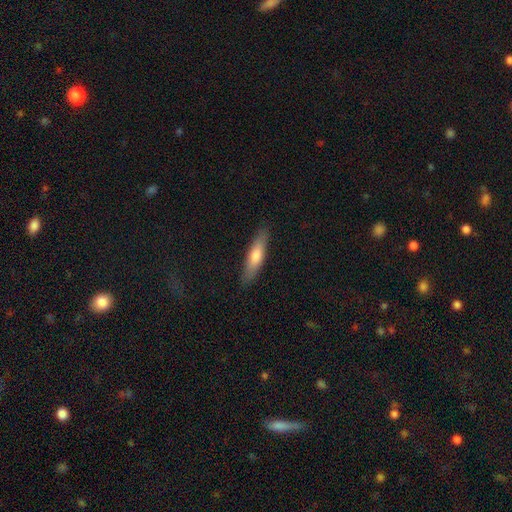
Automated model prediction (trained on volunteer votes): Morphology: type=smooth (68%); roundness=cigar-shaped (73%); merging=none (87%).